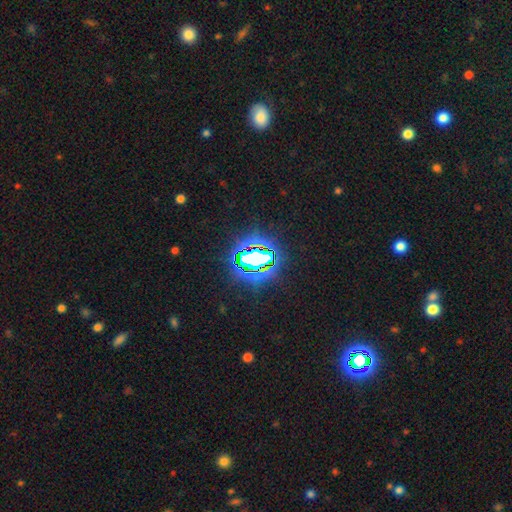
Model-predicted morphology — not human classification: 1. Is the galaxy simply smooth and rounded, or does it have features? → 75% star or artifact, 15% smooth, 10% featured or disk.